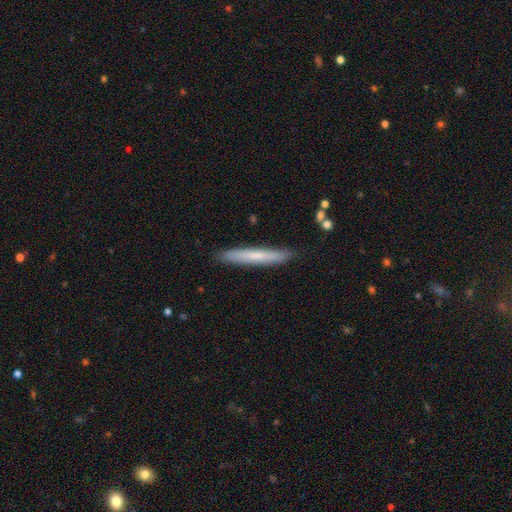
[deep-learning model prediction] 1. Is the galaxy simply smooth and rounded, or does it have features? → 63% smooth, 31% featured or disk, 6% star or artifact.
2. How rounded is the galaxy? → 96% cigar-shaped, 3% in between, 1% round.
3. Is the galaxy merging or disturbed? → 89% none, 9% minor disturbance, 1% major disturbance, 1% merger.